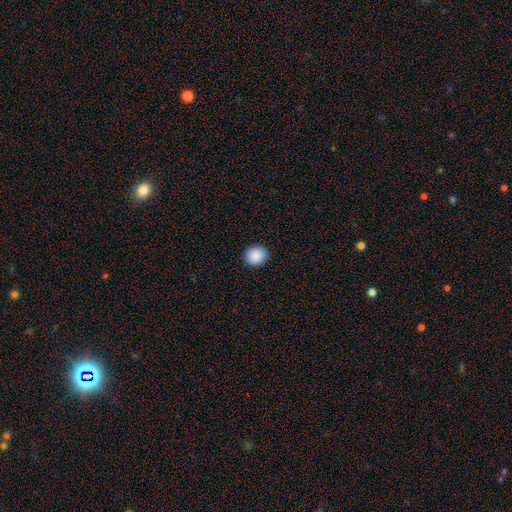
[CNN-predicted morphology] type=smooth (90%); roundness=round (80%); merging=none (91%).